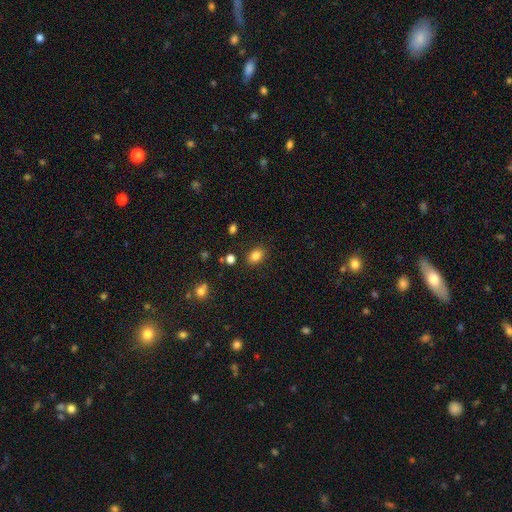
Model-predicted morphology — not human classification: Smooth or featured? Predicted: smooth (p=0.84). How rounded? Predicted: in between (p=0.74). Merging? Predicted: none (p=0.84).